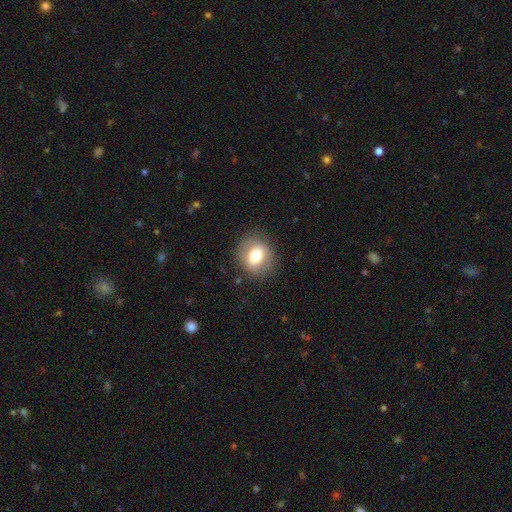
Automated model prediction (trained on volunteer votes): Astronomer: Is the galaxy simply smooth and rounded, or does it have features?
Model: smooth — 70%.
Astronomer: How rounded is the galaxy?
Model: round — 66%.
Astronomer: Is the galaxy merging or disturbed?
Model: none — 83%.